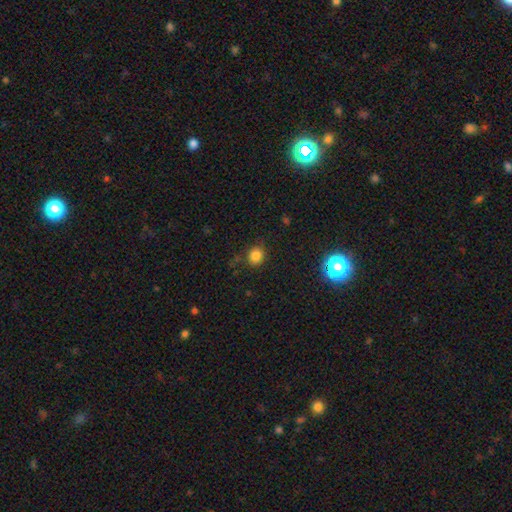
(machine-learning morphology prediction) A smooth galaxy with no disk features (81%) that is round (78%).

Vote fractions:
- Smooth or featured? smooth: 81% / star or artifact: 14% / featured or disk: 5%
- How rounded? round: 78% / in between: 21% / cigar-shaped: 1%
- Merging? none: 81% / minor disturbance: 13% / major disturbance: 4% / merger: 2%